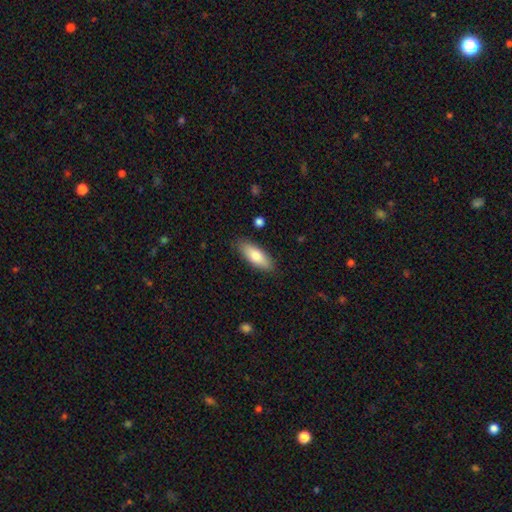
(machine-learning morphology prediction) This is likely a smooth galaxy (78%). How rounded: likely in between (70%). Merging: clearly none (86%).